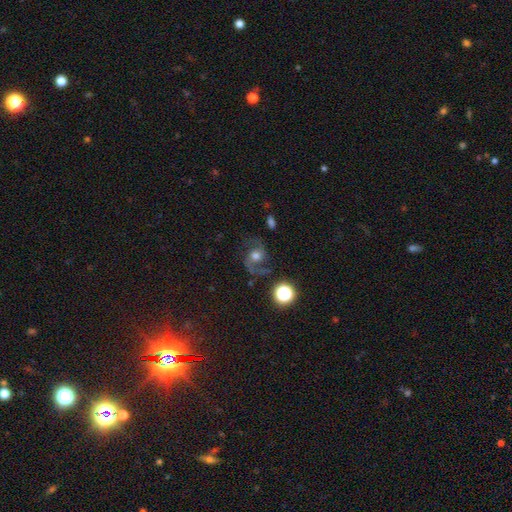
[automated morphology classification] smooth_or_featured: featured or disk (p=0.73) [alt: smooth p=0.13]
disk_edge_on: no (p=0.97) [alt: yes p=0.03]
bar: no (p=0.62) [alt: weak p=0.30]
has_spiral_arms: yes (p=0.94) [alt: no p=0.06]
spiral_winding: medium (p=0.51) [alt: loose p=0.37]
spiral_arm_count: 2 (p=0.87) [alt: 1 p=0.07]
bulge_size: moderate (p=0.65) [alt: large p=0.17]
merging: none (p=0.70) [alt: minor disturbance p=0.15]